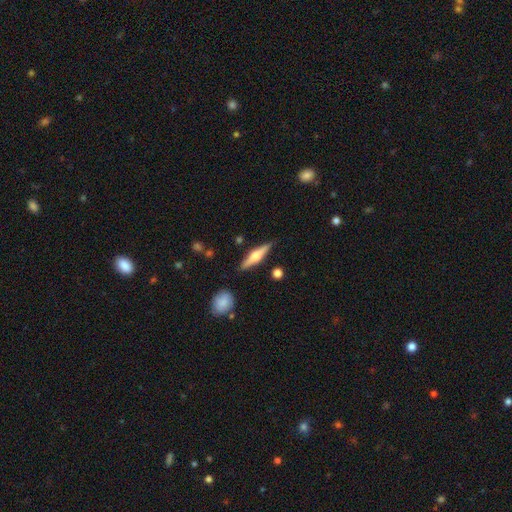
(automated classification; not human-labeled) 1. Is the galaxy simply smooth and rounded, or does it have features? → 66% featured or disk, 28% smooth, 6% star or artifact.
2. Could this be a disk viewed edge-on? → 97% yes, 3% no.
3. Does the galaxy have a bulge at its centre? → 90% rounded, 7% boxy, 3% none.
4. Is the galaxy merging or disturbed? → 87% none, 9% minor disturbance, 2% merger, 2% major disturbance.